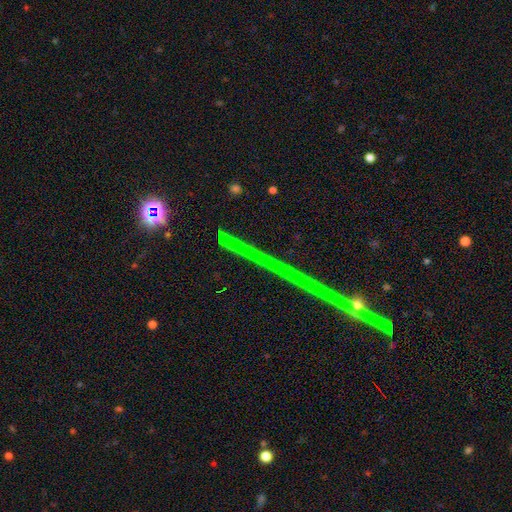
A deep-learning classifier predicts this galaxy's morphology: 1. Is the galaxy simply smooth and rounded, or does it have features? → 55% star or artifact, 32% featured or disk, 12% smooth.